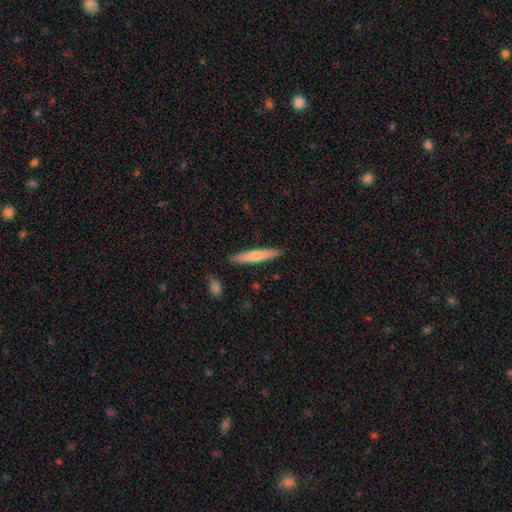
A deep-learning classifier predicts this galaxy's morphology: A smooth galaxy with no disk features (57%) that is cigar-shaped (91%). Merging: none (89%).